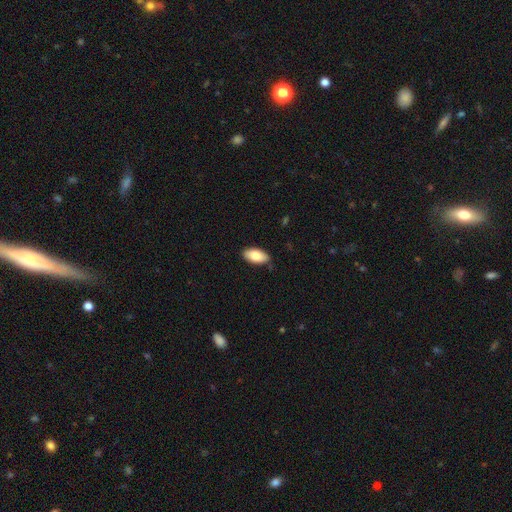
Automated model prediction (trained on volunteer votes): Q: Smooth or featured?
A: smooth (84%); runner-up: featured or disk (10%)
Q: How rounded?
A: in between (94%); runner-up: cigar-shaped (4%)
Q: Merging?
A: none (83%); runner-up: minor disturbance (14%)